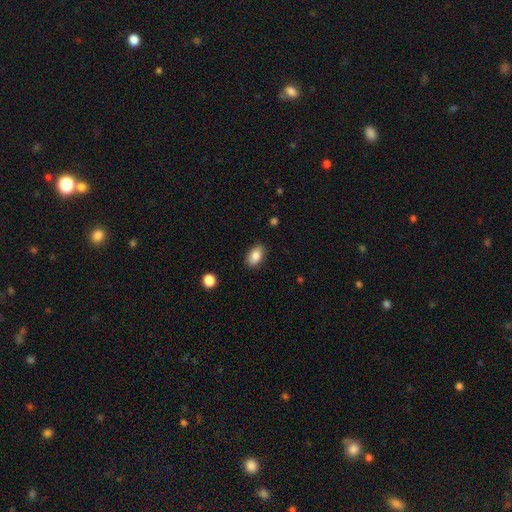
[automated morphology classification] This is clearly a smooth galaxy (85%). How rounded: clearly in between (89%). Merging: clearly none (87%).